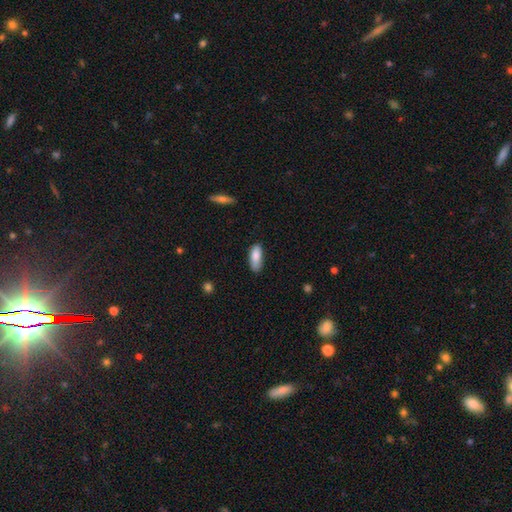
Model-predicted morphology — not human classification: smooth 85%, featured or disk 8%, star or artifact 7%. Down the decision tree: how rounded — in between (76%); merging — none (71%).